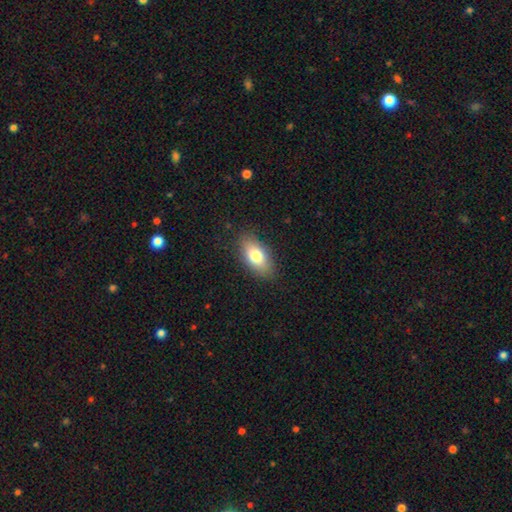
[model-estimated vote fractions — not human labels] Q: Smooth or featured?
A: smooth (78%); runner-up: featured or disk (15%)
Q: How rounded?
A: in between (90%); runner-up: cigar-shaped (5%)
Q: Merging?
A: none (86%); runner-up: minor disturbance (10%)